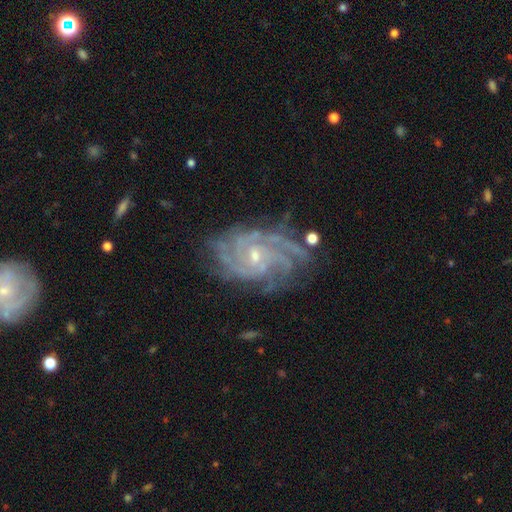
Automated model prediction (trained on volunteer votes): Smooth or featured?
  - featured or disk: 90% *
  - star or artifact: 6%
  - smooth: 4%
Edge-on disk?
  - no: 97% *
  - yes: 3%
Bar?
  - no: 60% *
  - weak: 32%
  - strong: 9%
Spiral arms?
  - yes: 98% *
  - no: 2%
Spiral winding?
  - tight: 70% *
  - medium: 26%
  - loose: 4%
Spiral arm count?
  - 4: 31% *
  - can't tell: 19%
  - 3: 18%
  - more than 4: 14%
  - 2: 10%
  - 1: 7%
Bulge size?
  - small: 67% *
  - moderate: 29%
  - none: 2%
  - large: 1%
  - dominant: 1%
Merging?
  - none: 73% *
  - minor disturbance: 18%
  - major disturbance: 7%
  - merger: 2%